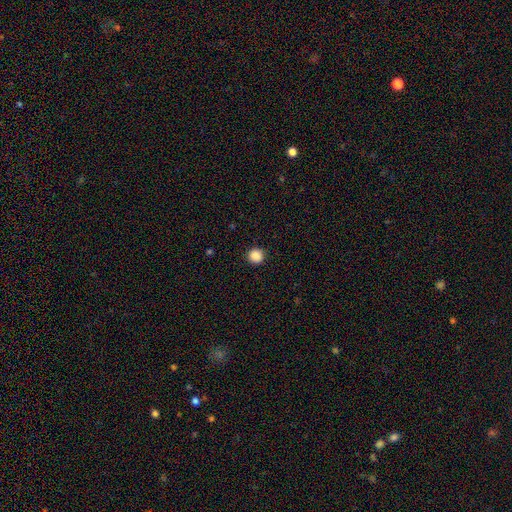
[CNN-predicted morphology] Smooth or featured? smooth (88%)
How rounded? round (95%)
Merging? none (92%)